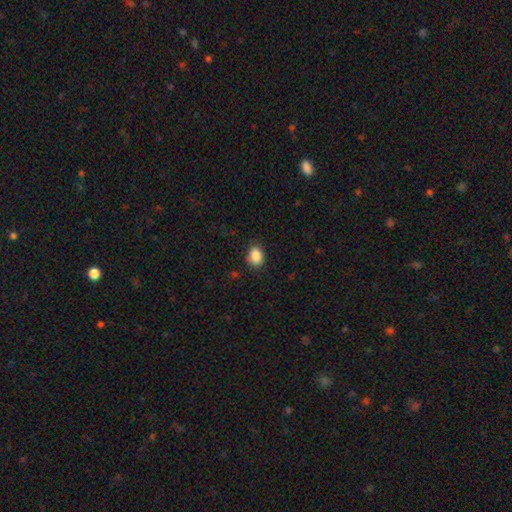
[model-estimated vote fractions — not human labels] Overall: smooth (88%). How rounded: in between (64%; round 35%). Merging: none (84%).